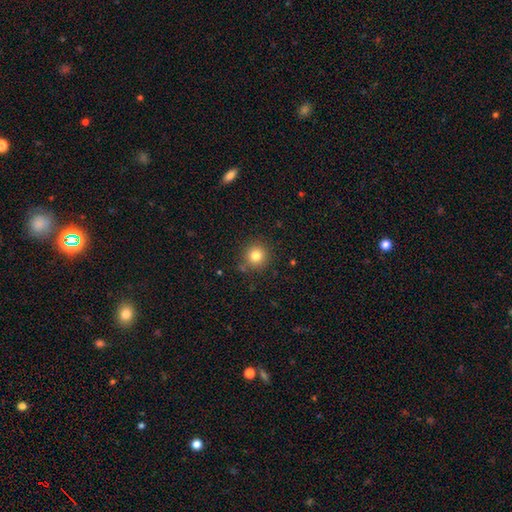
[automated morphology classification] Smooth or featured? smooth (80%)
How rounded? round (94%)
Merging? none (85%)